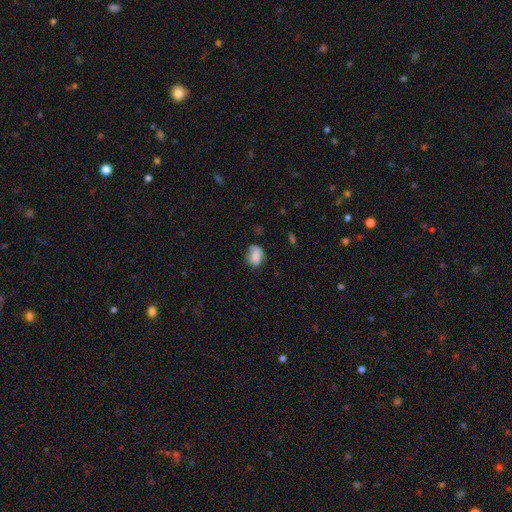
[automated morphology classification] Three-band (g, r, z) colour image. It shows a smooth galaxy with no disk features (75%) that is in between round and cigar-shaped (71%). Merging: none (48%).